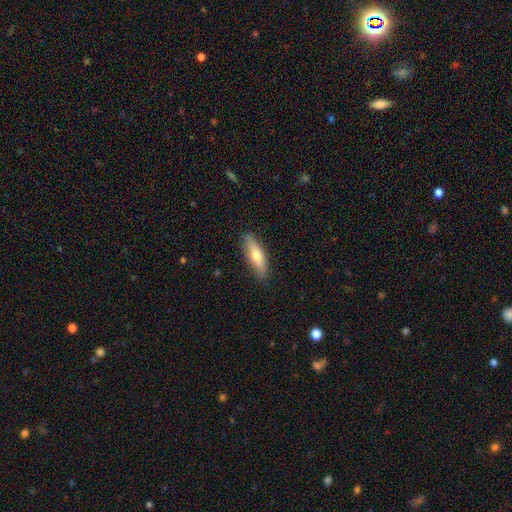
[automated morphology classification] Q: Smooth or featured?
A: smooth (65%); runner-up: featured or disk (29%)
Q: How rounded?
A: cigar-shaped (55%); runner-up: in between (43%)
Q: Merging?
A: none (86%); runner-up: minor disturbance (11%)